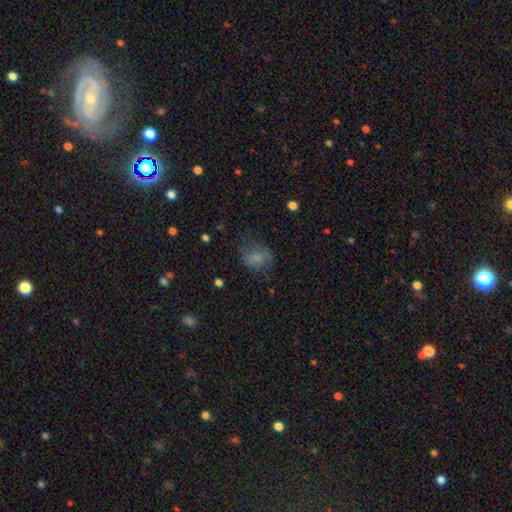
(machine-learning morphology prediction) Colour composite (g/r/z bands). It shows a smooth galaxy with no disk features (62%) that is in between round and cigar-shaped (51%). Merging: none (57%).